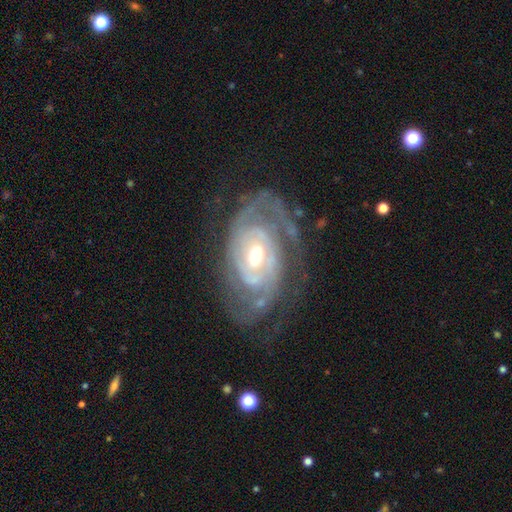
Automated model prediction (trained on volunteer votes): The model was most divided on "spiral arm count": 2: 40%, can't tell: 27%, 3: 16%, 4: 6%, 1: 6%, more than 4: 5%. Remaining: edge-on disk — no (95%); spiral arms — yes (94%); smooth or featured — featured or disk (88%); spiral winding — tight (68%); bulge size — moderate (68%); merging — none (67%); bar — no (49%).